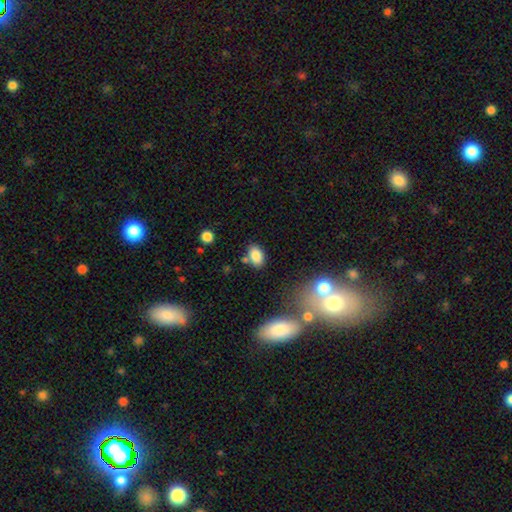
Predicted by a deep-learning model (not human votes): Overall: smooth (84%). How rounded: in between (87%). Merging: none (70%).